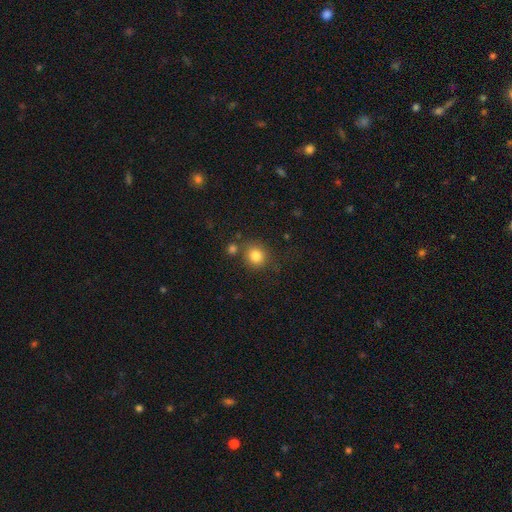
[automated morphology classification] type=smooth (82%); roundness=round (81%); merging=none (74%).